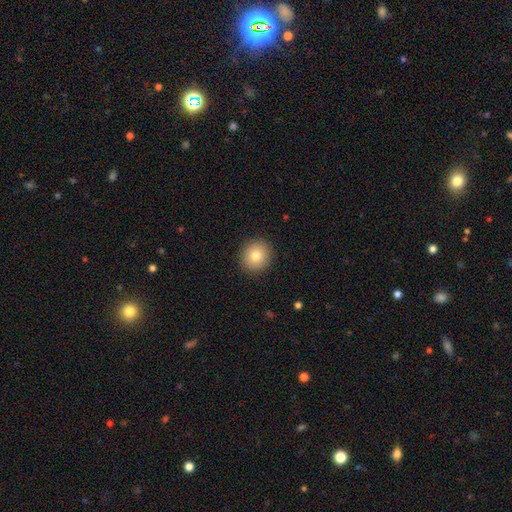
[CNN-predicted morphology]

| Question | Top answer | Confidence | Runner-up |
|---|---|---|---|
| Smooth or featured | smooth | 79% | featured or disk (11%) |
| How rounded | round | 86% | in between (13%) |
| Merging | none | 91% | minor disturbance (6%) |